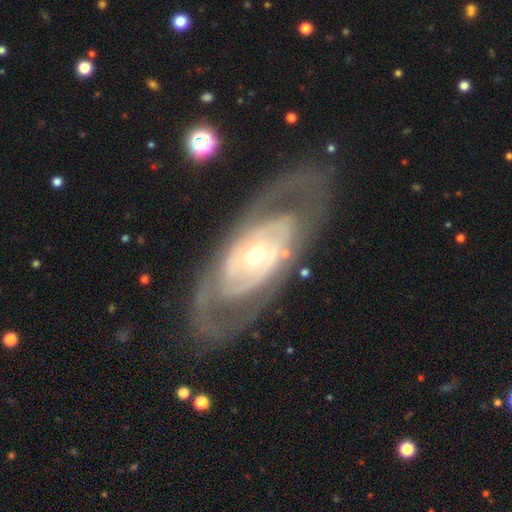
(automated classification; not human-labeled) Morphology: type=featured or disk (82%); edge-on=no (90%); bar=no (74%); spiral arms=yes (67%); bulge=small (49%); merging=none (78%).